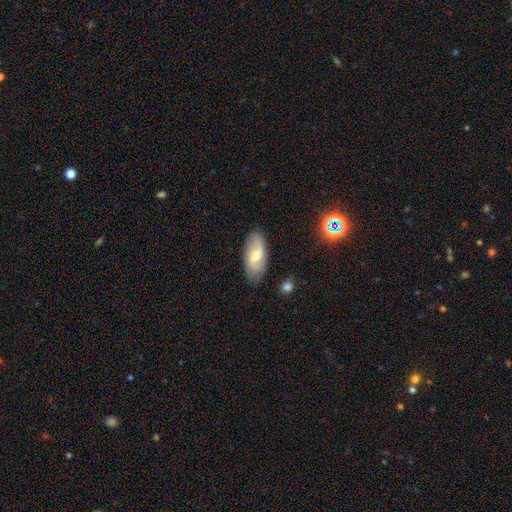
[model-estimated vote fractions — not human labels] The model was most divided on "bulge size": moderate: 53%, small: 42%, large: 2%, none: 2%, dominant: 1%. More confident: edge-on disk — no (90%); merging — none (82%); spiral arms — yes (79%); smooth or featured — featured or disk (60%); bar — weak (52%).